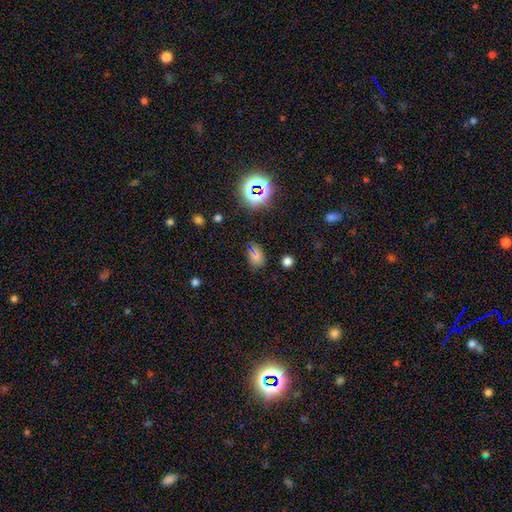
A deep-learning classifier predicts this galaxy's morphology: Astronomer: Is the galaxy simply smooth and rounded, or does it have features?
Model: smooth — 62%.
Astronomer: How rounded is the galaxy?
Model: in between — 80%.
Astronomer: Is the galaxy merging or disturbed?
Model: none — 78%.